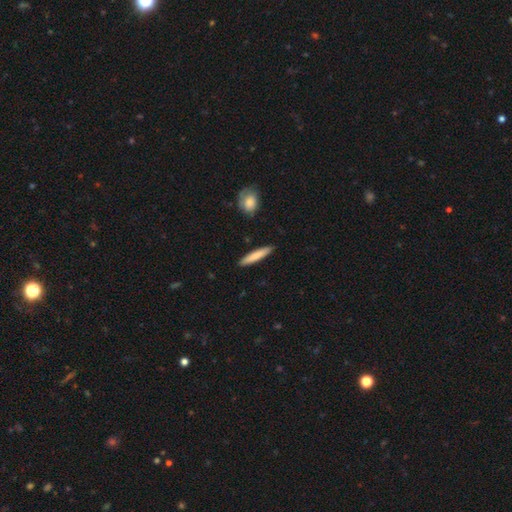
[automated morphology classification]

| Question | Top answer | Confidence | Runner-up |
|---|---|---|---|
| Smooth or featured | smooth | 78% | featured or disk (16%) |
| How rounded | cigar-shaped | 90% | in between (9%) |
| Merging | none | 90% | minor disturbance (7%) |